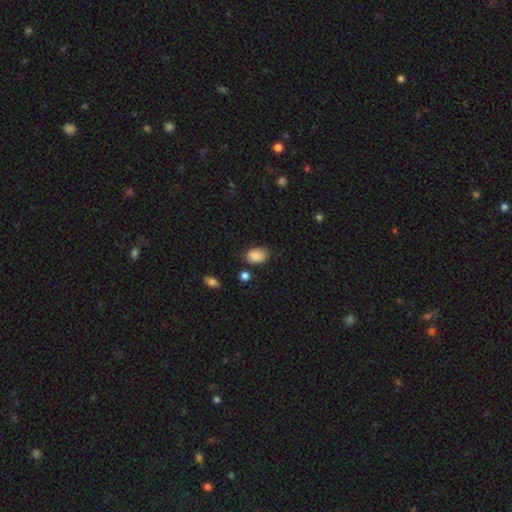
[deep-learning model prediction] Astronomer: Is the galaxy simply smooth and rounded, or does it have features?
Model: smooth — 88%.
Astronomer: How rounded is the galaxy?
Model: in between — 80%.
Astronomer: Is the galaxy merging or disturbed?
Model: none — 72%.